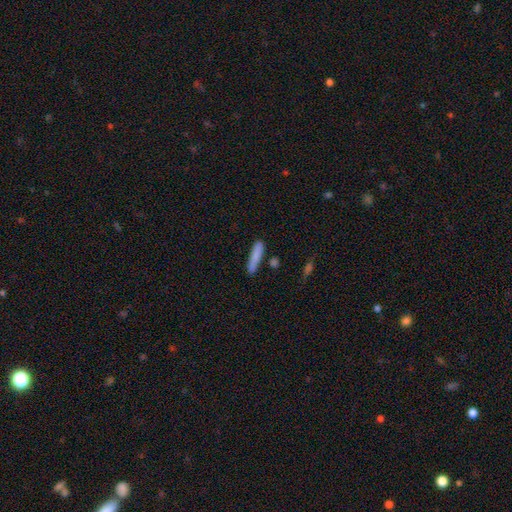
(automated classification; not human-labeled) A smooth galaxy with no disk features (83%) that is cigar-shaped (86%). Merging: none (80%).